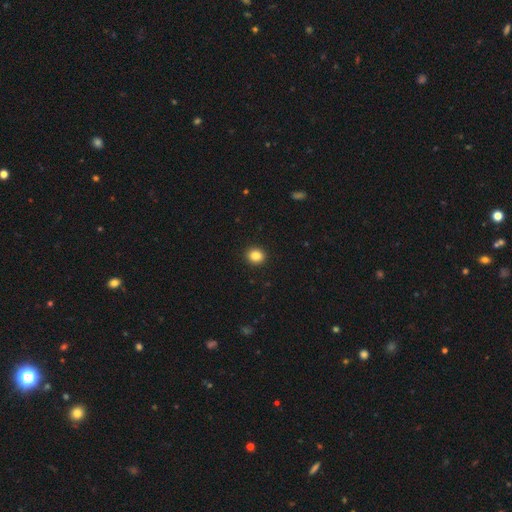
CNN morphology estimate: smooth-or-featured: smooth: 85% | star or artifact: 10% | featured or disk: 5%
  how-rounded: round: 78% | in between: 21% | cigar-shaped: 1%
  merging: none: 93% | minor disturbance: 5% | major disturbance: 2% | merger: 1%